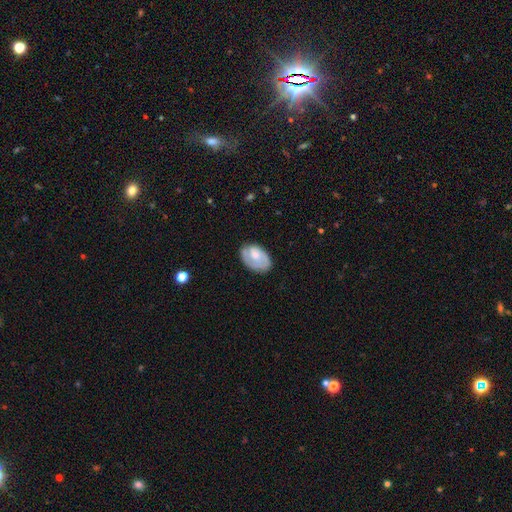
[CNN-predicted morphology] This appears to be a featured or disk galaxy (51%). Merging: none (68%).